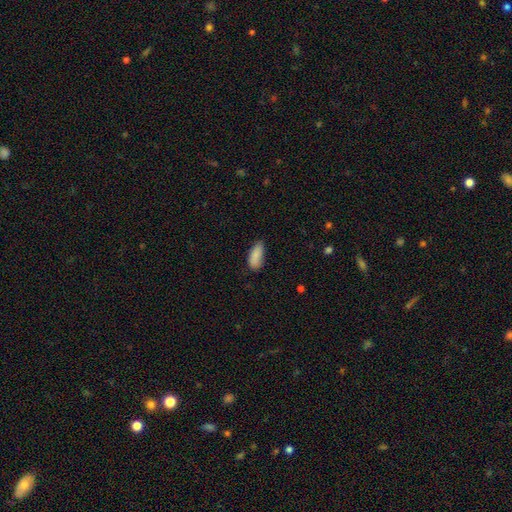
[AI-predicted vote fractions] Smooth or featured?
  - smooth: 87% *
  - star or artifact: 7%
  - featured or disk: 6%
How rounded?
  - in between: 83% *
  - cigar-shaped: 15%
  - round: 2%
Merging?
  - none: 67% *
  - minor disturbance: 27%
  - major disturbance: 4%
  - merger: 2%